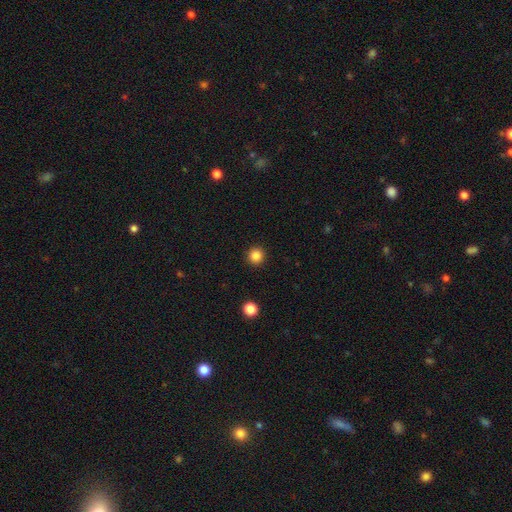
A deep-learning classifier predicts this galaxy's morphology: Q: Smooth or featured?
A: smooth (85%); runner-up: star or artifact (12%)
Q: How rounded?
A: round (96%); runner-up: in between (4%)
Q: Merging?
A: none (93%); runner-up: minor disturbance (4%)